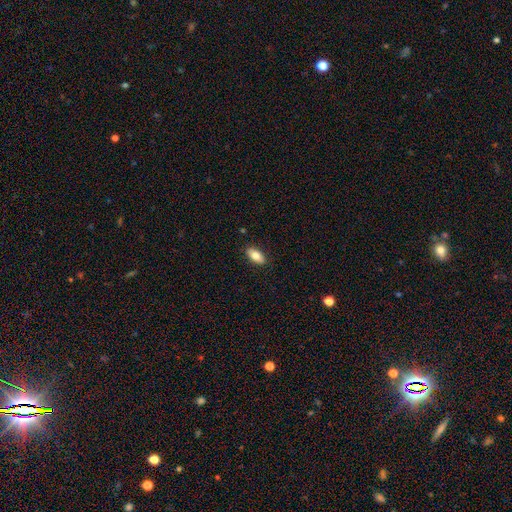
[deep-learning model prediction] Q: Smooth or featured?
A: smooth (78%); runner-up: featured or disk (15%)
Q: How rounded?
A: in between (88%); runner-up: cigar-shaped (9%)
Q: Merging?
A: none (89%); runner-up: minor disturbance (8%)